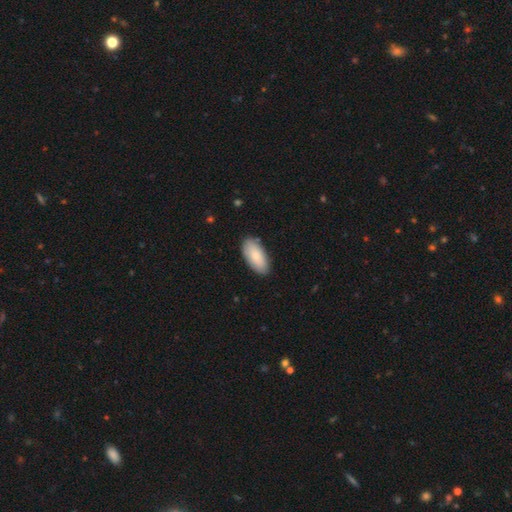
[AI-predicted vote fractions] Smooth or featured? smooth (83%)
How rounded? in between (93%)
Merging? none (85%)